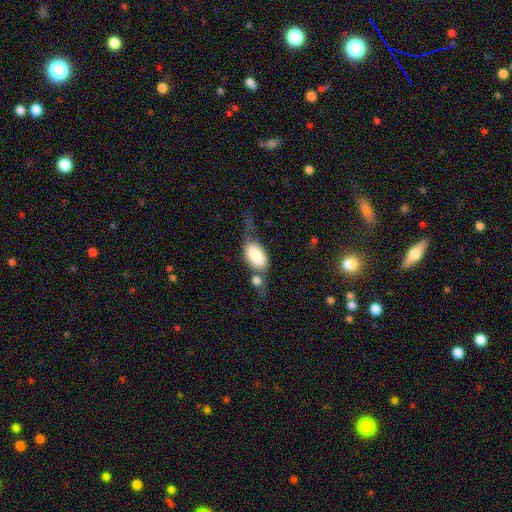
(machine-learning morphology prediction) type=smooth (77%); roundness=in between (92%); merging=merger (29%).